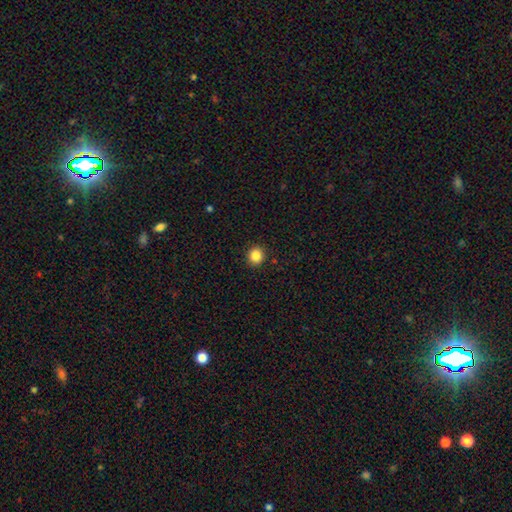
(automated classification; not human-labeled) The model was most divided on "smooth or featured": smooth: 86%, star or artifact: 11%, featured or disk: 4%. More confident: merging — none (92%); how rounded — round (89%).